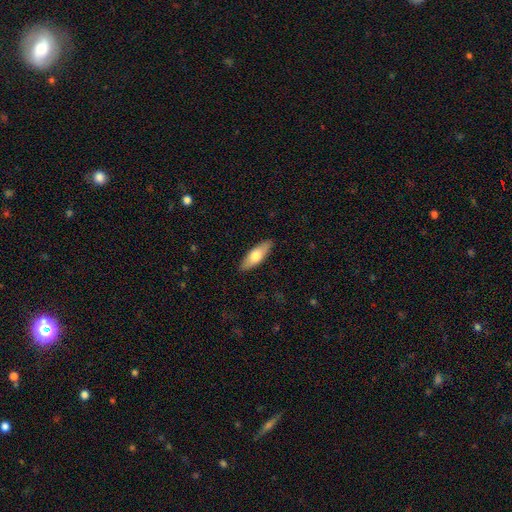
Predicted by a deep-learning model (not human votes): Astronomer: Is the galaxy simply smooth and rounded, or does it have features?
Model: smooth — 67%.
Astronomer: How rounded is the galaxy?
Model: in between — 59% (runner-up: cigar-shaped, 38%).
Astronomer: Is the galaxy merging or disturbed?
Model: none — 89%.